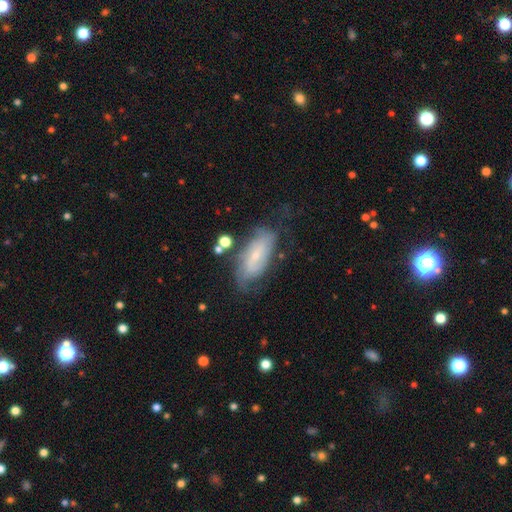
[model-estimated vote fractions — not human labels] This is likely a featured or disk galaxy (63%). It is clearly not viewed edge-on (89%). Bar: possibly no (49%). Spiral arm pattern: clearly yes (82%). Central bulge: likely small (74%). Merging: possibly none (59%).